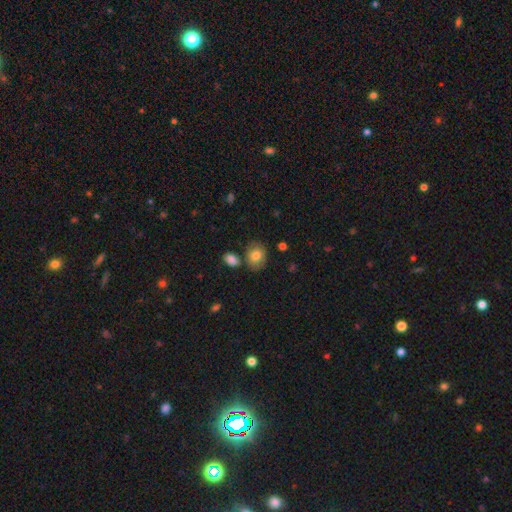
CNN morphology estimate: smooth_or_featured: smooth (p=0.80) [alt: featured or disk p=0.12]
how_rounded: in between (p=0.51) [alt: round p=0.48]
merging: none (p=0.72) [alt: minor disturbance p=0.14]